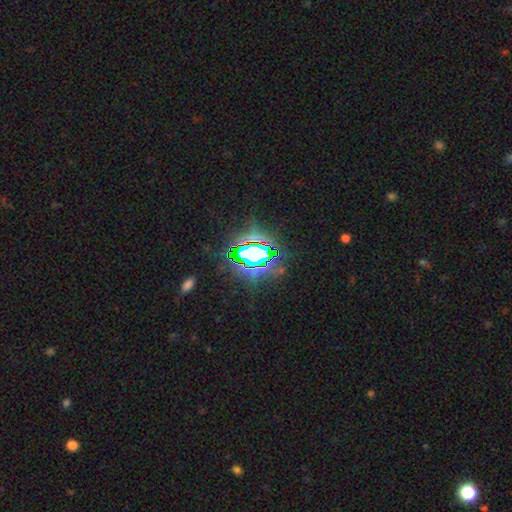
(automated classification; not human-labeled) The model was most divided on "smooth or featured": star or artifact: 75%, smooth: 13%, featured or disk: 11%.